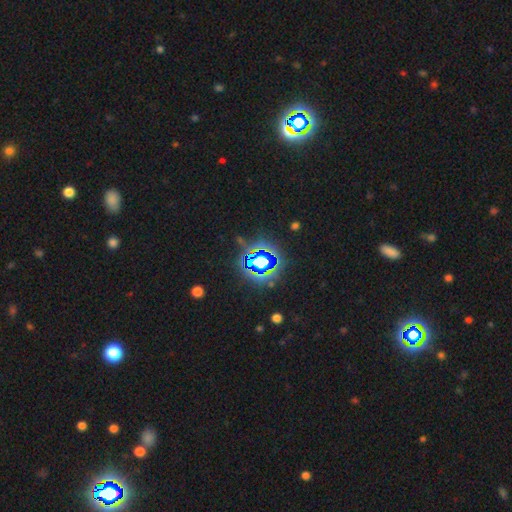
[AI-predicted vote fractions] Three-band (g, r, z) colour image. It shows a star or artifact, not a galaxy (81%).